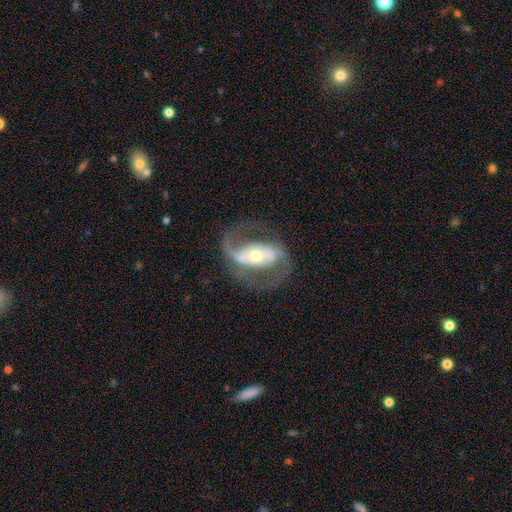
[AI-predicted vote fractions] smooth-or-featured: featured or disk: 88% | smooth: 7% | star or artifact: 5%
  disk-edge-on: no: 96% | yes: 4%
    bar: strong: 44% | weak: 29% | no: 27%
    has-spiral-arms: yes: 94% | no: 6%
      spiral-winding: medium: 51% | loose: 36% | tight: 13%
      spiral-arm-count: 2: 89% | 1: 5% | can't tell: 3% | 3: 1% | 4: 1% | more than 4: 1%
    bulge-size: moderate: 53% | small: 38% | large: 6% | dominant: 1% | none: 1%
  merging: none: 72% | minor disturbance: 13% | major disturbance: 13% | merger: 2%